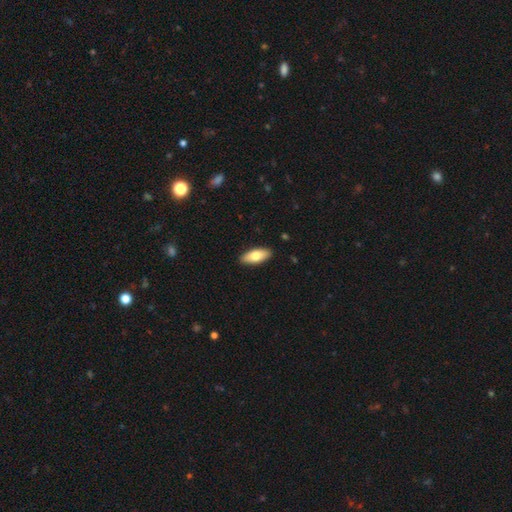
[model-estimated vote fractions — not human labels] Smooth or featured? smooth (74%)
How rounded? in between (82%)
Merging? none (90%)